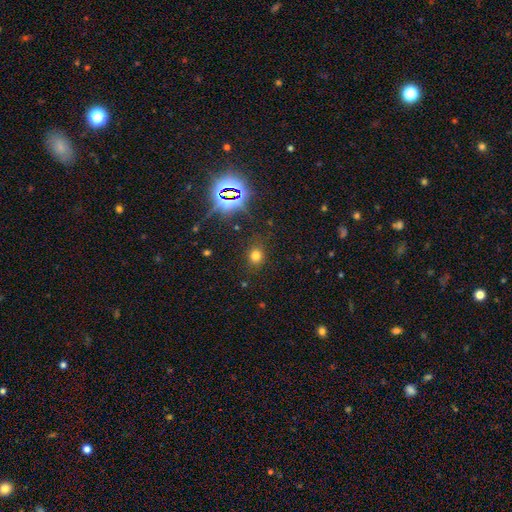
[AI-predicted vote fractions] smooth_or_featured: smooth (p=0.70) [alt: star or artifact p=0.23]
how_rounded: round (p=0.73) [alt: in between p=0.26]
merging: none (p=0.83) [alt: minor disturbance p=0.11]